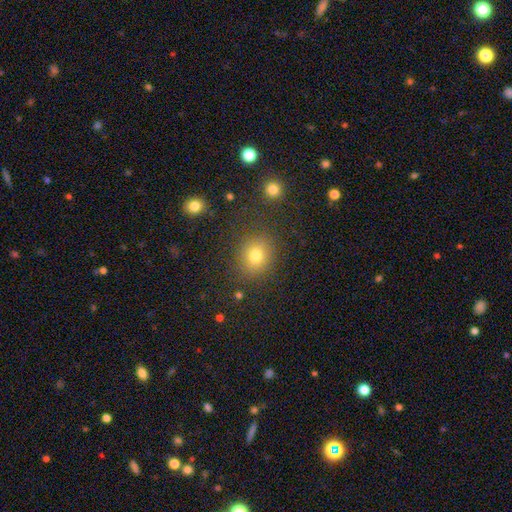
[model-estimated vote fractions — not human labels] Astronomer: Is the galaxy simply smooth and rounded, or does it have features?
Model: smooth — 77%.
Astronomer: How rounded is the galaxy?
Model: round — 71%.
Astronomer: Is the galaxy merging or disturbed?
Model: none — 85%.